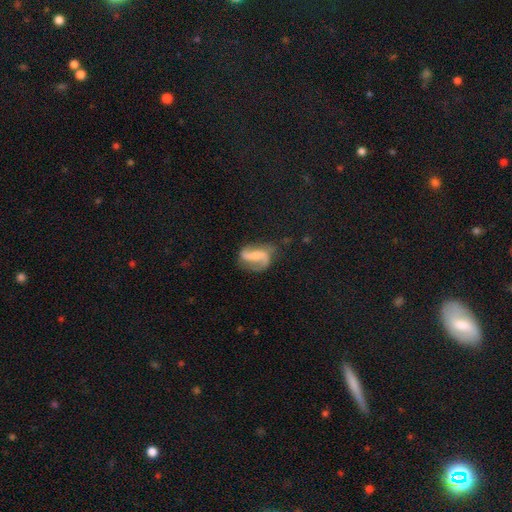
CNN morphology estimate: type=featured or disk (79%); edge-on=no (97%); bar=weak (38%); spiral arms=yes (94%); winding=loose (55%); arm count=2 (86%); bulge=none (40%); merging=none (59%).